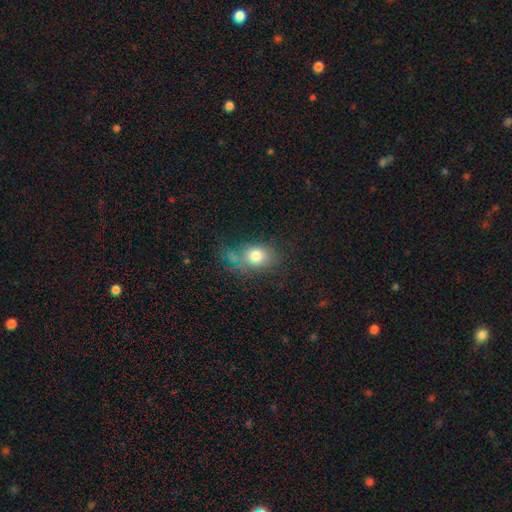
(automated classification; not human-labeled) A smooth galaxy with no disk features (77%) that is in between round and cigar-shaped (59%).

Vote fractions:
- Smooth or featured? smooth: 77% / star or artifact: 12% / featured or disk: 11%
- How rounded? in between: 59% / round: 39% / cigar-shaped: 2%
- Merging? none: 62% / minor disturbance: 22% / major disturbance: 11% / merger: 5%